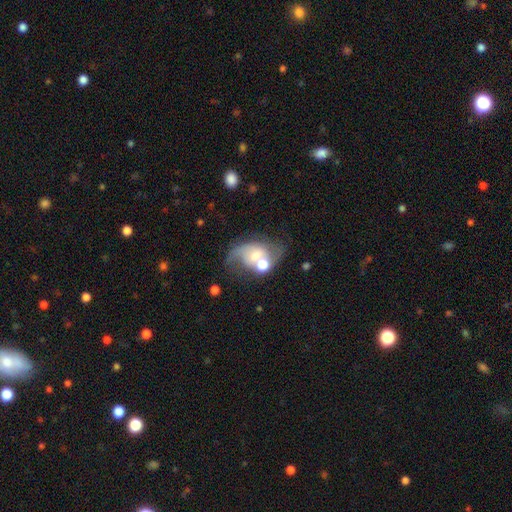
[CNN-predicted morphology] The model was most divided on "merging": merger: 37%, none: 29%, major disturbance: 19%, minor disturbance: 15%. Remaining: edge-on disk — no (97%); spiral arms — yes (78%); smooth or featured — featured or disk (63%); bar — no (58%); bulge size — moderate (49%).